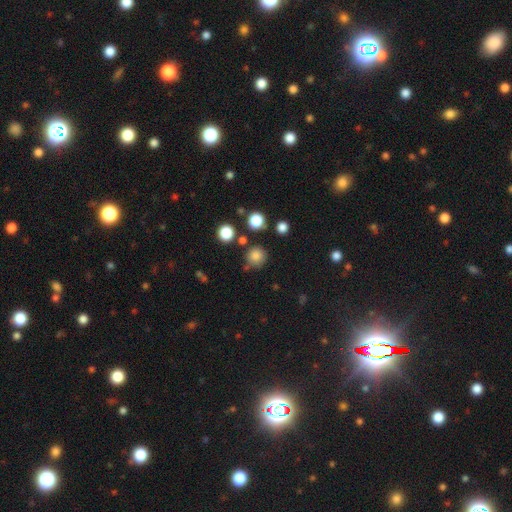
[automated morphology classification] A smooth galaxy with no disk features (82%) that is round (93%). Merging: none (77%).